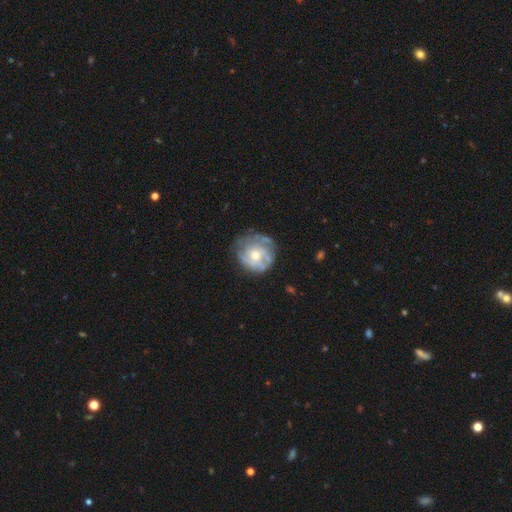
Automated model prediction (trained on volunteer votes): Smooth or featured: featured or disk — 65% (smooth — 28%)
Edge-on disk: no — 98% (yes — 2%)
Bar: no — 82% (weak — 15%)
Spiral arms: yes — 58% (no — 42%)
Bulge size: moderate — 63% (small — 28%)
Merging: none — 67% (minor disturbance — 21%)